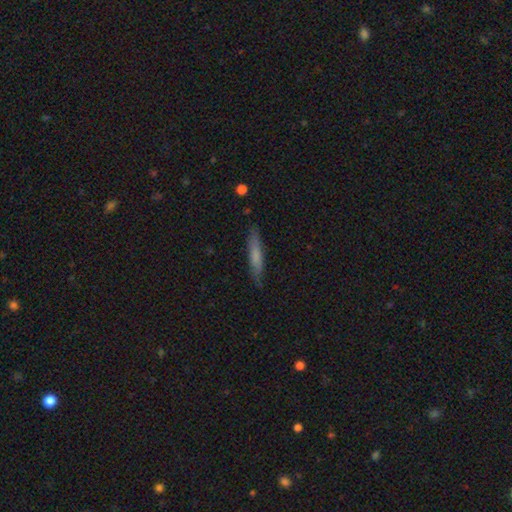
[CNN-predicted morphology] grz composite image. It shows a smooth galaxy with no disk features (68%) that is cigar-shaped (91%). Merging: none (85%).